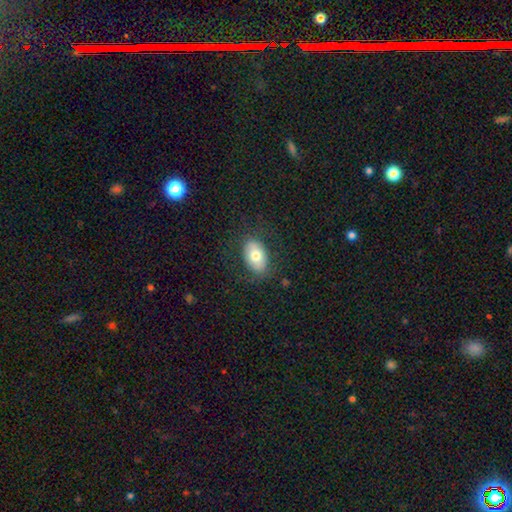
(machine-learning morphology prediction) Smooth or featured? Predicted: smooth (p=0.73). How rounded? Predicted: in between (p=0.89). Merging? Predicted: none (p=0.81).